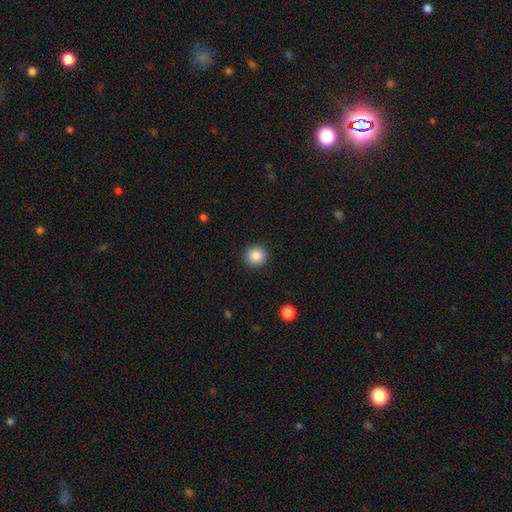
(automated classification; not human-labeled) This appears to be a smooth galaxy with no disk features (87%) that is round (91%). Merging: none (92%).